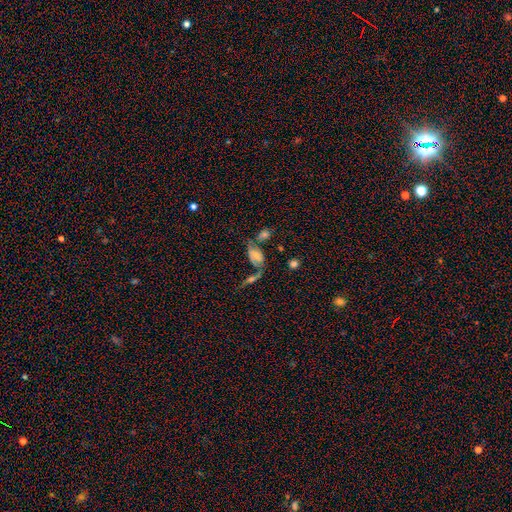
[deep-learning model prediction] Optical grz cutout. It shows a smooth galaxy with no disk features (52%) that is in between round and cigar-shaped (89%). Merging: none (38%).